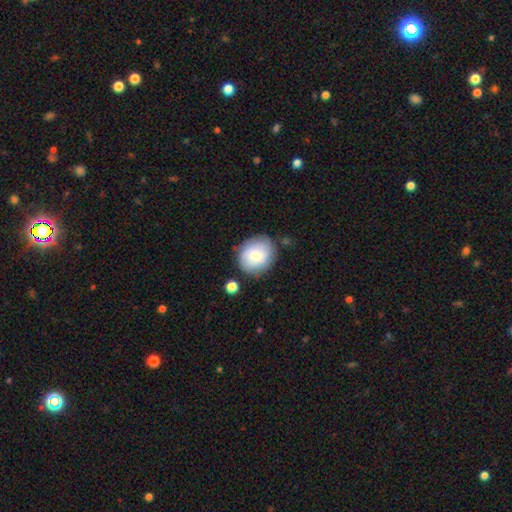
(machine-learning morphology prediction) This is likely a smooth galaxy (71%). How rounded: likely round (74%). Merging: likely none (76%).